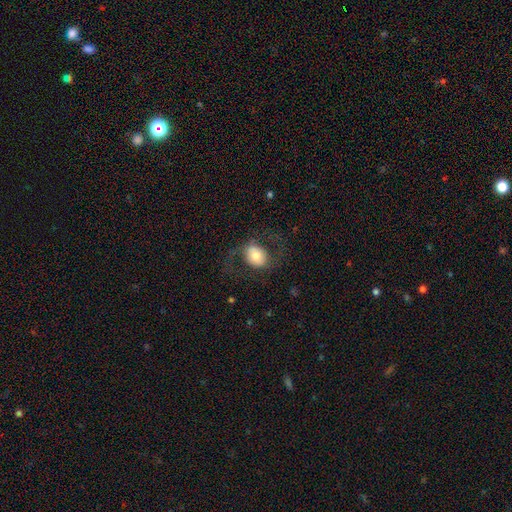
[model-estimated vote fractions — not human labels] The model was most divided on "smooth or featured": smooth: 52%, featured or disk: 40%, star or artifact: 8%. More confident: merging — none (65%); how rounded — in between (58%).